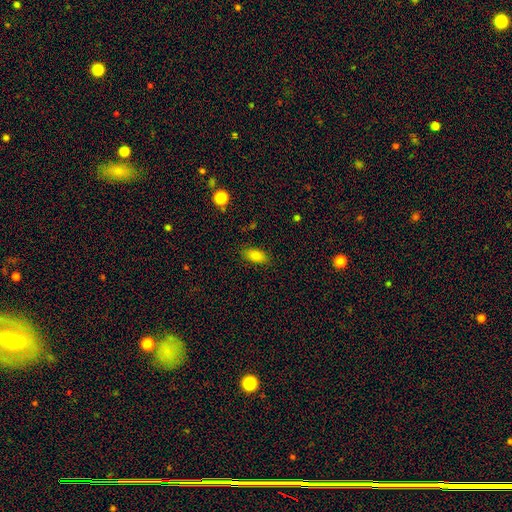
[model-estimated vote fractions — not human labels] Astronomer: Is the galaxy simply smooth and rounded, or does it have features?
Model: smooth — 82%.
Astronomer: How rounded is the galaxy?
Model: in between — 88%.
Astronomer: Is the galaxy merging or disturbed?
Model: none — 85%.